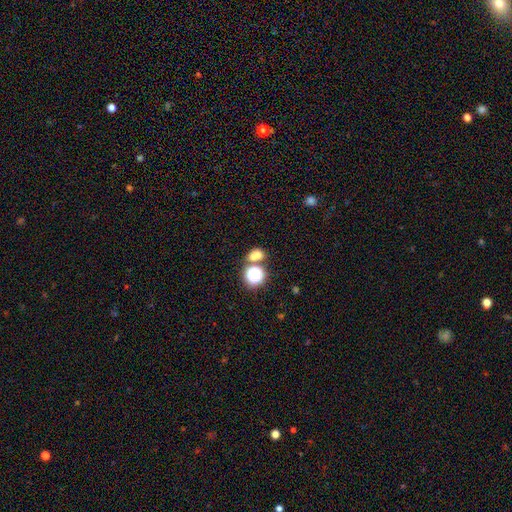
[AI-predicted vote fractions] Smooth or featured? smooth (63%)
How rounded? round (59%)
Merging? none (51%)